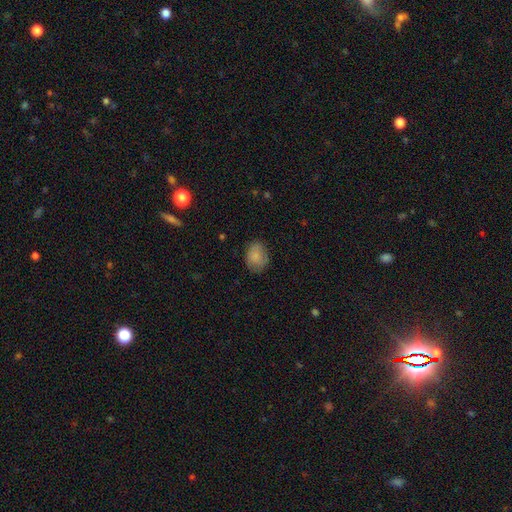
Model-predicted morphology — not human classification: Smooth or featured? smooth (82%)
How rounded? in between (63%)
Merging? none (75%)